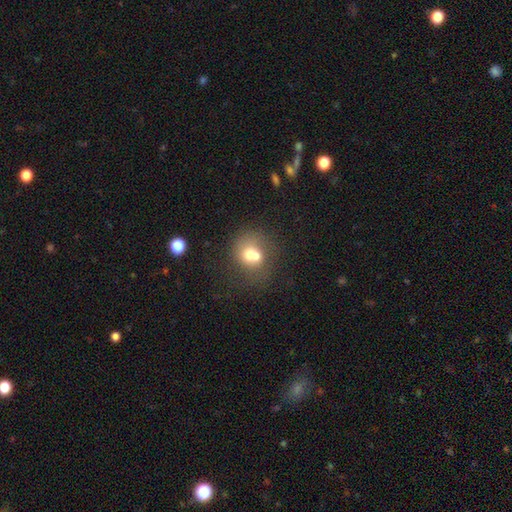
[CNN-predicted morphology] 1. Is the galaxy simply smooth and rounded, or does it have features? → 64% smooth, 24% featured or disk, 11% star or artifact.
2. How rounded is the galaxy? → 75% round, 24% in between, 1% cigar-shaped.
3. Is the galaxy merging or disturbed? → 56% merger, 31% none, 9% minor disturbance, 5% major disturbance.